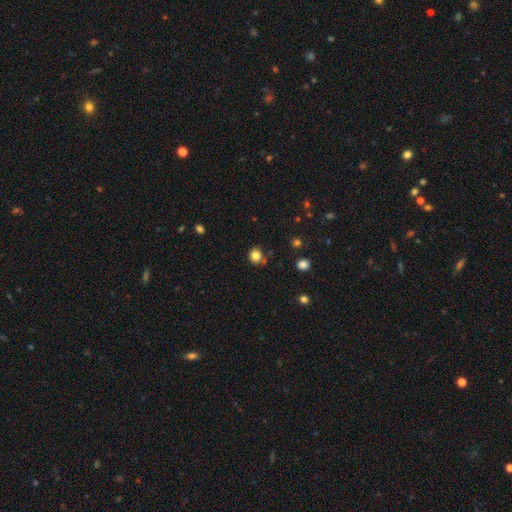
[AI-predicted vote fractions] This appears to be a smooth galaxy with no disk features (82%) that is round (82%). Merging: none (77%).